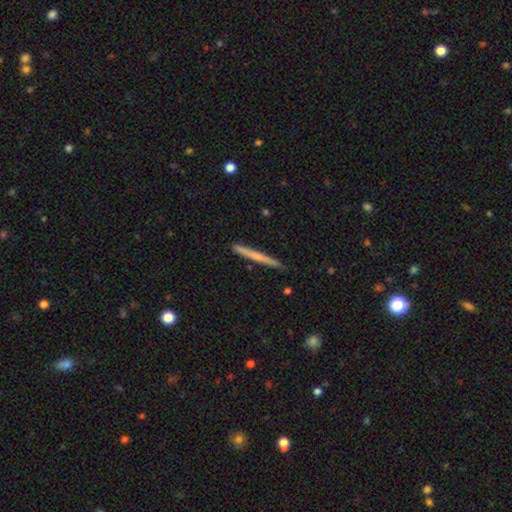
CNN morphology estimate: This is possibly a smooth galaxy (59%). How rounded: clearly cigar-shaped (97%). Merging: clearly none (89%).